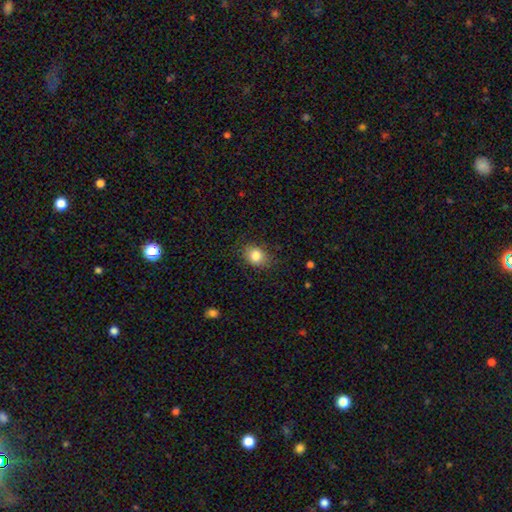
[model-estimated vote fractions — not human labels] Smooth or featured?
  - smooth: 83% *
  - star or artifact: 10%
  - featured or disk: 7%
How rounded?
  - in between: 57% *
  - round: 42%
  - cigar-shaped: 1%
Merging?
  - none: 79% *
  - minor disturbance: 15%
  - major disturbance: 4%
  - merger: 1%